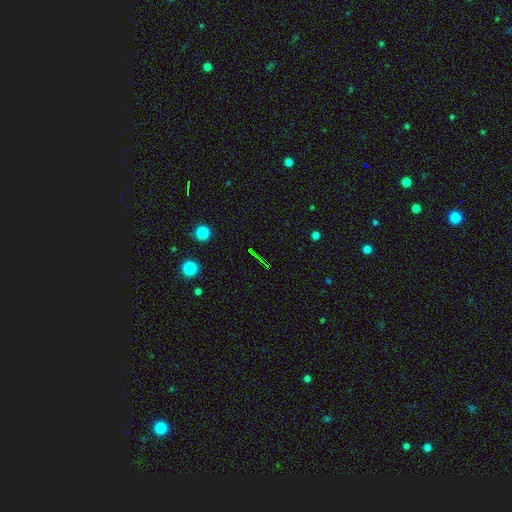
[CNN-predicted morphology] This appears to be a star or artifact, not a galaxy (67%).